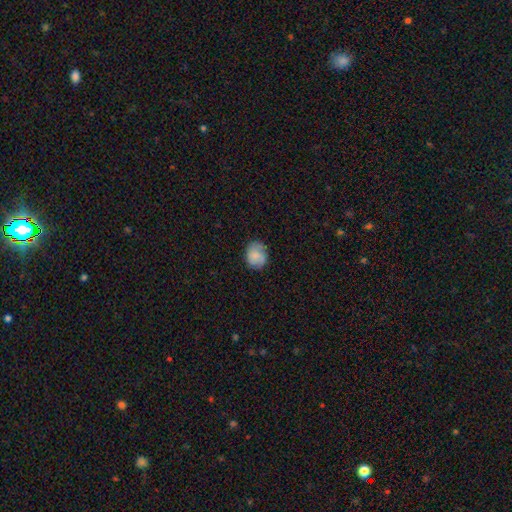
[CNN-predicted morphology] smooth 75%, featured or disk 17%, star or artifact 8%. Down the decision tree: how rounded — round (60%); merging — none (68%).